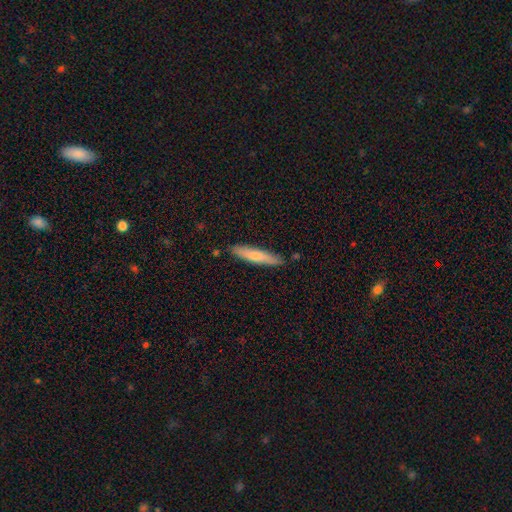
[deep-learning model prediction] This is likely a smooth galaxy (69%). How rounded: clearly cigar-shaped (88%). Merging: clearly none (85%).